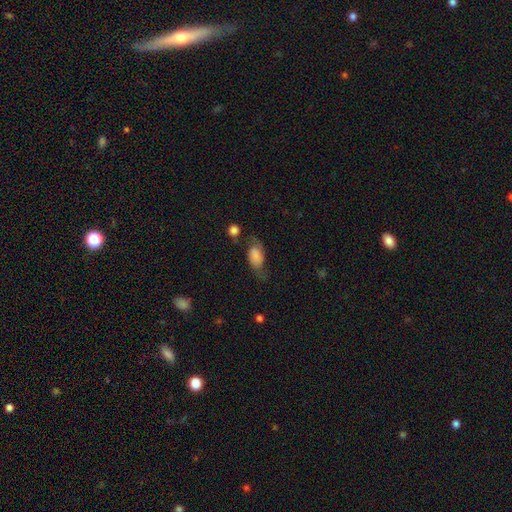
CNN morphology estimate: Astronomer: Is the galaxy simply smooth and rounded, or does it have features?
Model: smooth — 66%.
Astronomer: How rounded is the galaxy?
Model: in between — 89%.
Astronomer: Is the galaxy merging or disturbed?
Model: none — 45% (runner-up: minor disturbance, 28%).